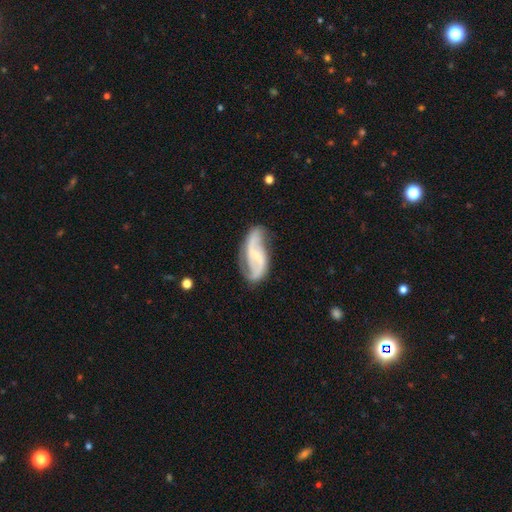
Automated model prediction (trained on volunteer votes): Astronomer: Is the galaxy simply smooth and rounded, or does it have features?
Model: featured or disk — 81%.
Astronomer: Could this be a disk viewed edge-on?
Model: no — 96%.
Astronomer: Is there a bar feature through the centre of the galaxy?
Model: weak — 40% (runner-up: no, 39%).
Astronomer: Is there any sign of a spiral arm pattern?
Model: yes — 95%.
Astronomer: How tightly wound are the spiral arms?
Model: loose — 49% (runner-up: medium, 37%).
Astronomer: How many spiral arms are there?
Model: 2 — 86%.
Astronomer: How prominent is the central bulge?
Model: small — 58%.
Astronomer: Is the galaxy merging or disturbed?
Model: none — 61%.